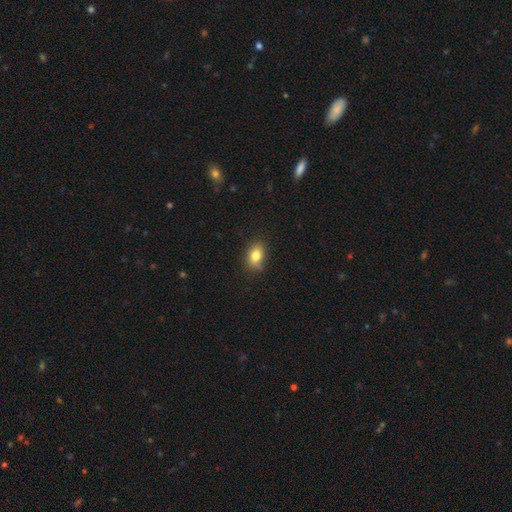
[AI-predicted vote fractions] Smooth or featured: smooth — 81% (star or artifact — 10%)
How rounded: in between — 76% (round — 23%)
Merging: none — 74% (minor disturbance — 20%)